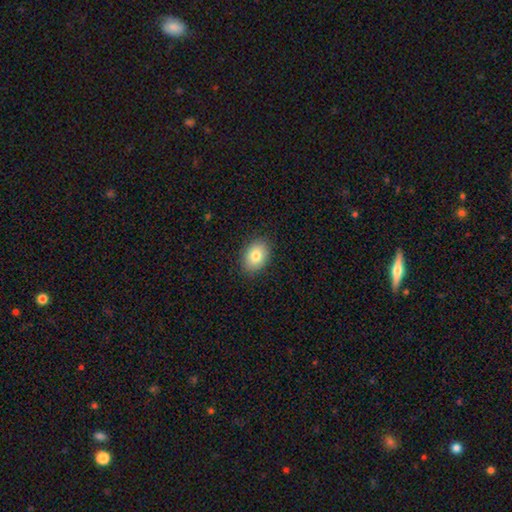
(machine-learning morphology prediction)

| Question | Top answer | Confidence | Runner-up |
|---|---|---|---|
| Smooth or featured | smooth | 82% | featured or disk (10%) |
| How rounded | in between | 73% | round (26%) |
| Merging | none | 88% | minor disturbance (9%) |